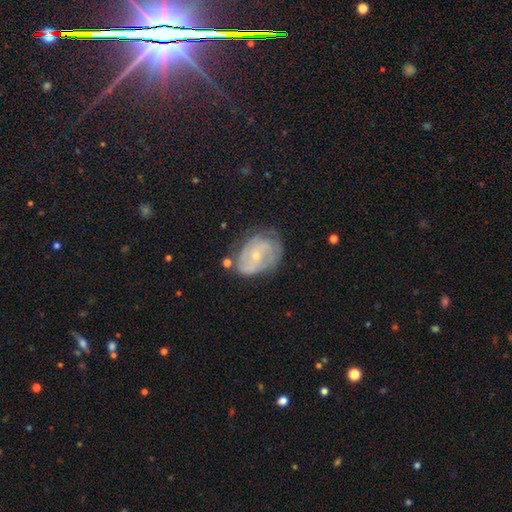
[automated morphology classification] This is likely a featured or disk galaxy (74%). It is clearly not viewed edge-on (97%). Bar: likely no (68%). Spiral arm pattern: clearly yes (83%). Spiral arm count: marginally can't tell (38%). Spiral winding: possibly tight (54%). Central bulge: likely small (70%). Merging: possibly none (57%).